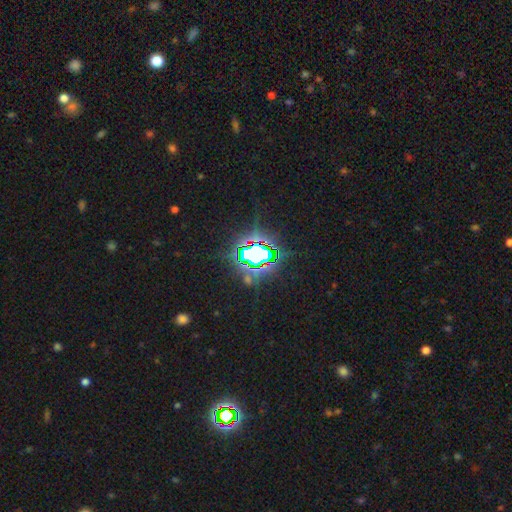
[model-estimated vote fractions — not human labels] Q: Smooth or featured?
A: star or artifact (75%); runner-up: smooth (13%)